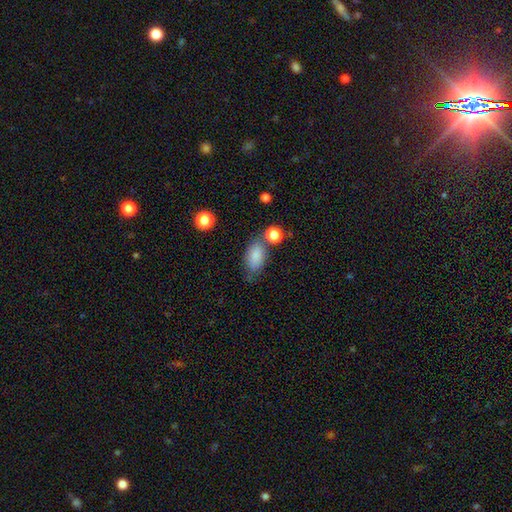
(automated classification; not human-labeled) Morphology: type=smooth (84%); roundness=in between (90%); merging=none (58%).